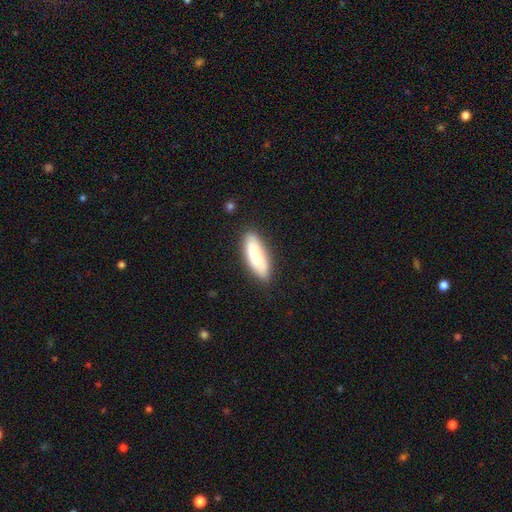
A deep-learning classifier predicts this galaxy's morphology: This appears to be a smooth galaxy with no disk features (81%) that is cigar-shaped (49%, tied with in between). Merging: none (86%).